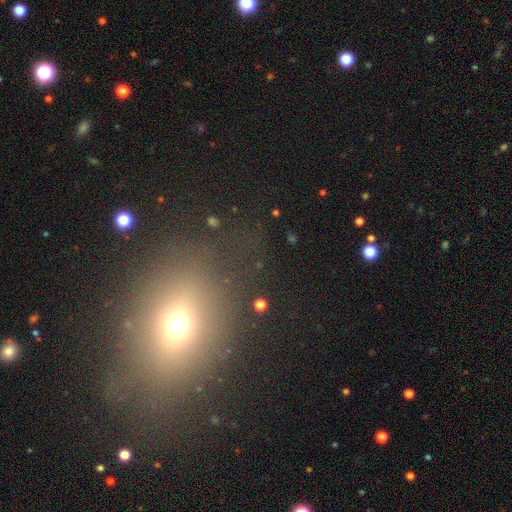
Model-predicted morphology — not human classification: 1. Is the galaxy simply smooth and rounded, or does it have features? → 55% smooth, 31% star or artifact, 14% featured or disk.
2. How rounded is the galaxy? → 62% in between, 34% round, 4% cigar-shaped.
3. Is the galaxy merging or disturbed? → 80% none, 11% minor disturbance, 6% major disturbance, 3% merger.